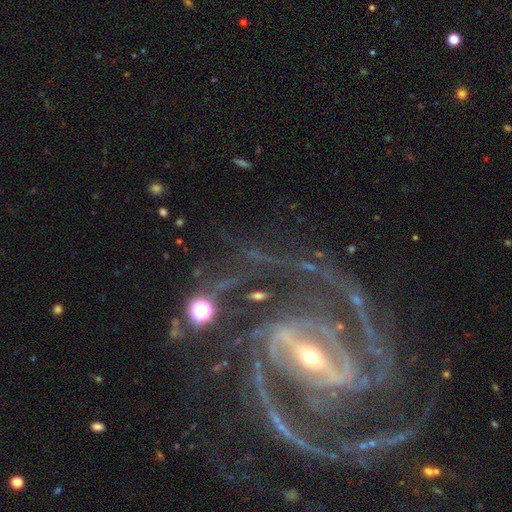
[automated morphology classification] smooth_or_featured: featured or disk (p=0.90) [alt: star or artifact p=0.07]
disk_edge_on: no (p=0.96) [alt: yes p=0.04]
bar: strong (p=0.74) [alt: weak p=0.17]
has_spiral_arms: yes (p=0.96) [alt: no p=0.04]
spiral_winding: medium (p=0.45) [alt: tight p=0.40]
spiral_arm_count: 2 (p=0.51) [alt: 3 p=0.14]
bulge_size: small (p=0.63) [alt: moderate p=0.31]
merging: none (p=0.58) [alt: major disturbance p=0.23]